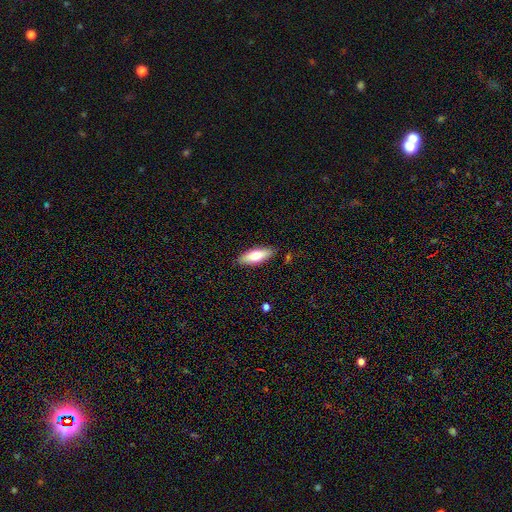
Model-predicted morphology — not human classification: Smooth or featured? smooth (70%)
How rounded? in between (64%)
Merging? none (87%)